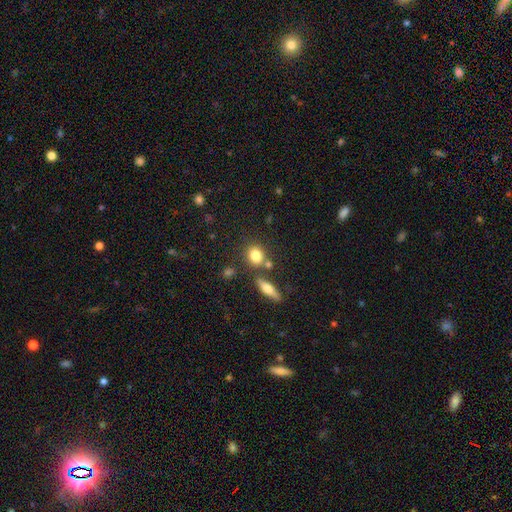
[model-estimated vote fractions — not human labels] Smooth or featured: smooth — 80% (featured or disk — 10%)
How rounded: round — 55% (in between — 42%)
Merging: none — 66% (merger — 19%)